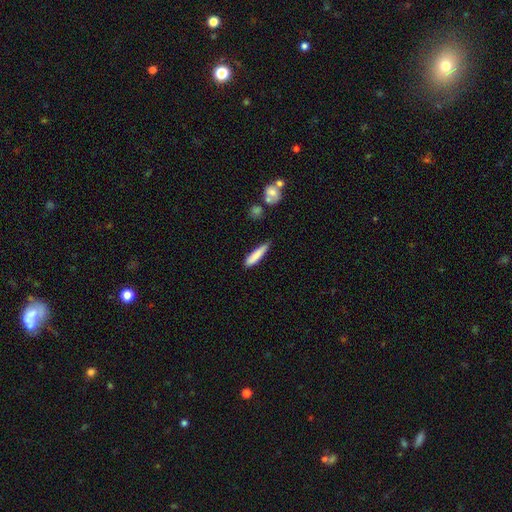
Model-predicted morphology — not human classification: This appears to be a smooth galaxy with no disk features (81%) that is cigar-shaped (83%). Merging: none (66%).